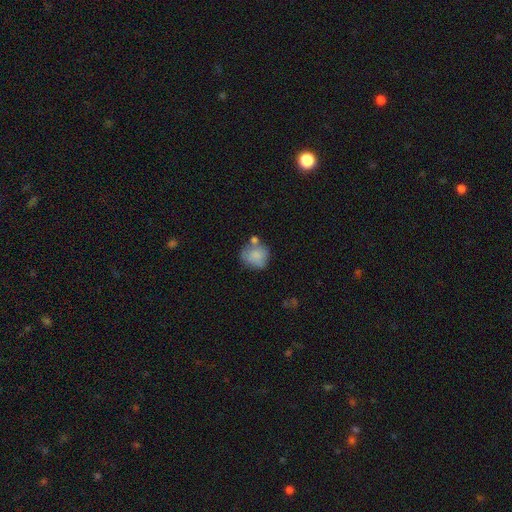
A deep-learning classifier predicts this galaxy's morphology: This appears to be a smooth galaxy with no disk features (77%) that is round (75%). Merging: none (47%).